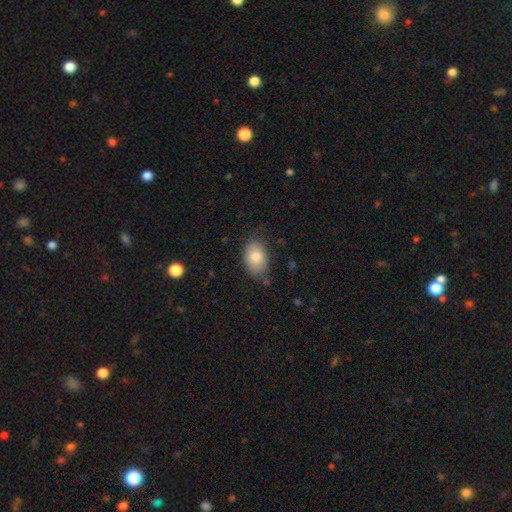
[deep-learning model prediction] A smooth galaxy with no disk features (81%) that is in between round and cigar-shaped (86%).

Vote fractions:
- Smooth or featured? smooth: 81% / featured or disk: 11% / star or artifact: 8%
- How rounded? in between: 86% / round: 13% / cigar-shaped: 1%
- Merging? none: 75% / minor disturbance: 20% / major disturbance: 4% / merger: 2%